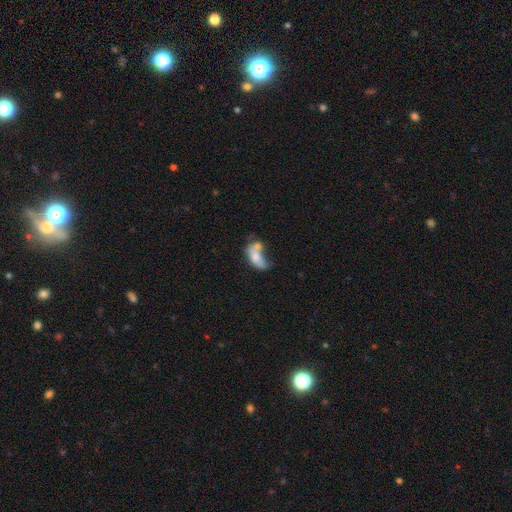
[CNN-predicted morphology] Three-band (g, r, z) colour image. It shows a smooth galaxy with no disk features (62%) that is in between round and cigar-shaped (85%). Merging: merger (46%).